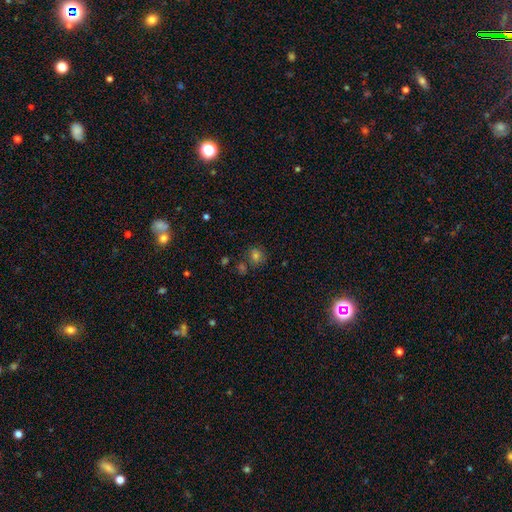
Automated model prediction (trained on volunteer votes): A smooth galaxy with no disk features (67%) that is round (81%).

Vote fractions:
- Smooth or featured? smooth: 67% / star or artifact: 25% / featured or disk: 8%
- How rounded? round: 81% / in between: 18% / cigar-shaped: 1%
- Merging? none: 71% / merger: 12% / minor disturbance: 12% / major disturbance: 4%